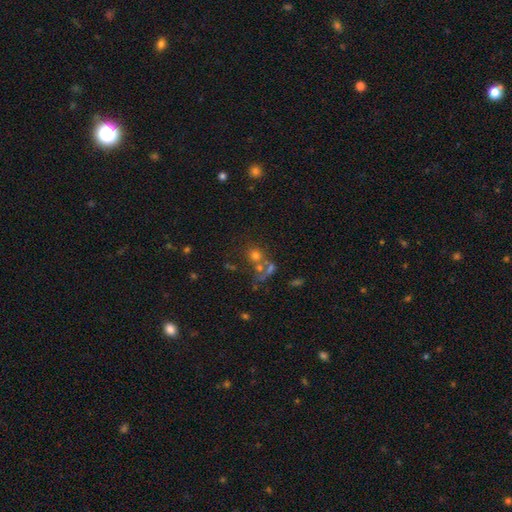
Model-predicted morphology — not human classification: Q: Smooth or featured?
A: smooth (59%); runner-up: star or artifact (21%)
Q: How rounded?
A: round (81%); runner-up: in between (18%)
Q: Merging?
A: none (42%); runner-up: merger (41%)